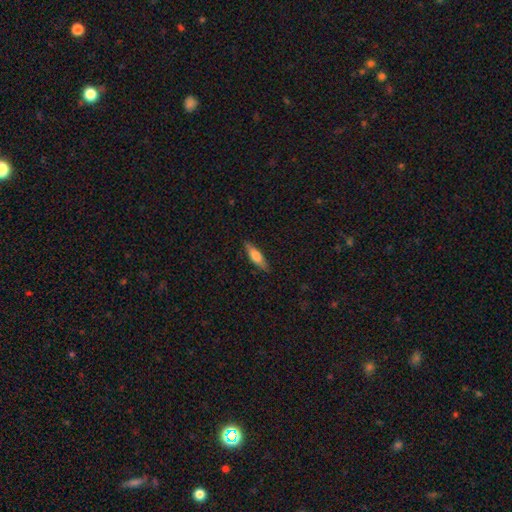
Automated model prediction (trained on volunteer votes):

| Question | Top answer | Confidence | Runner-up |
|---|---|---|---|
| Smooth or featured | smooth | 63% | featured or disk (31%) |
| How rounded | cigar-shaped | 63% | in between (35%) |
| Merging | none | 87% | minor disturbance (10%) |